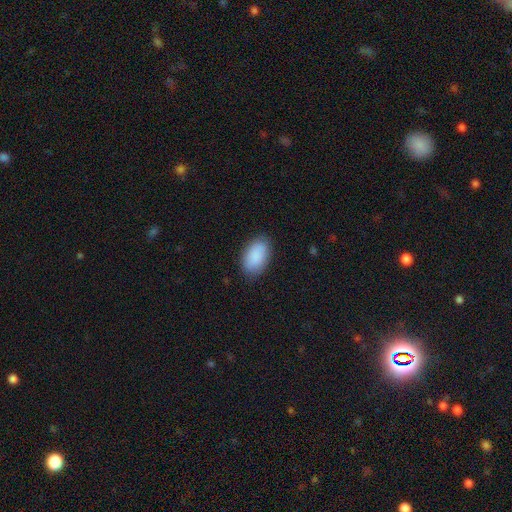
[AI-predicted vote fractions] Overall: smooth (90%). How rounded: in between (94%). Merging: none (85%).